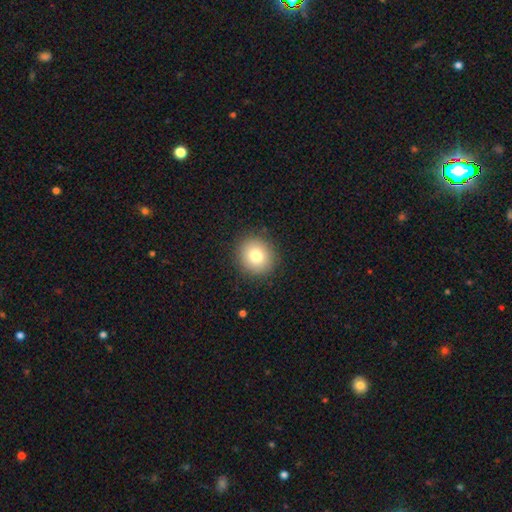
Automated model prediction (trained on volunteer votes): Morphology: type=smooth (78%); roundness=round (86%); merging=none (91%).